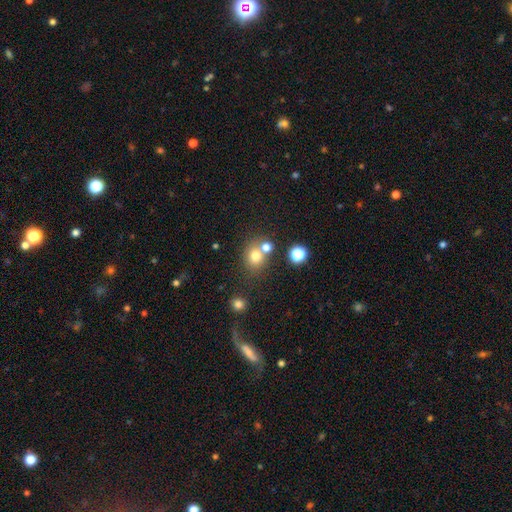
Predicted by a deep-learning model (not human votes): Smooth or featured? smooth (74%)
How rounded? round (72%)
Merging? none (58%)